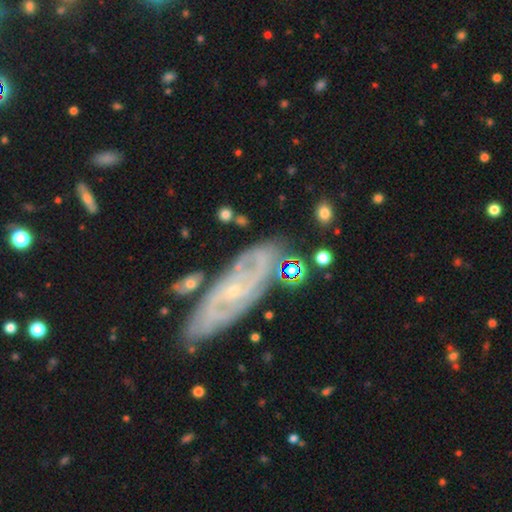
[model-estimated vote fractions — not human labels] Smooth or featured? featured or disk (82%)
Edge-on disk? no (90%)
Bar? no (59%)
Spiral arms? yes (94%)
Spiral winding? tight (50%)
Spiral arm count? 2 (40%)
Bulge size? small (82%)
Merging? none (71%)